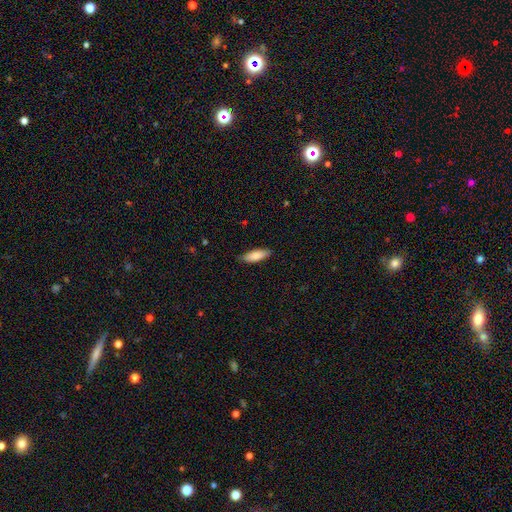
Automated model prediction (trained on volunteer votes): This appears to be a smooth galaxy with no disk features (85%) that is in between round and cigar-shaped (63%). Merging: none (84%).